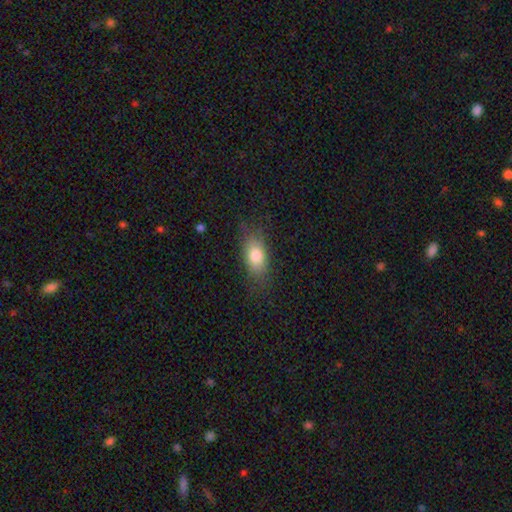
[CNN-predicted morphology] Smooth or featured?
  - smooth: 80% *
  - featured or disk: 12%
  - star or artifact: 8%
How rounded?
  - in between: 83% *
  - cigar-shaped: 10%
  - round: 7%
Merging?
  - none: 76% *
  - minor disturbance: 17%
  - major disturbance: 6%
  - merger: 1%